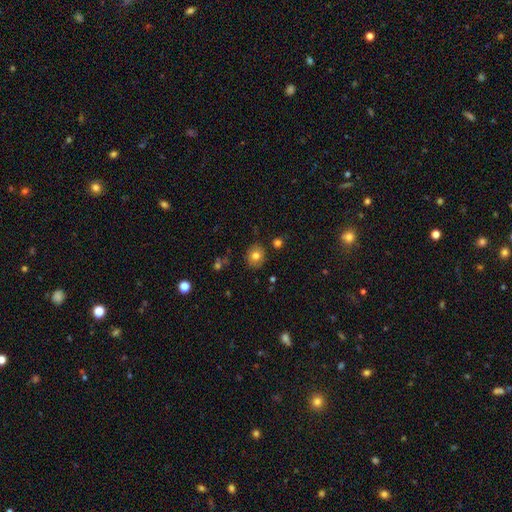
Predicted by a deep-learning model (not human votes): smooth-or-featured: smooth: 77% | featured or disk: 12% | star or artifact: 11%
  how-rounded: round: 78% | in between: 21% | cigar-shaped: 1%
  merging: none: 84% | minor disturbance: 11% | merger: 3% | major disturbance: 3%